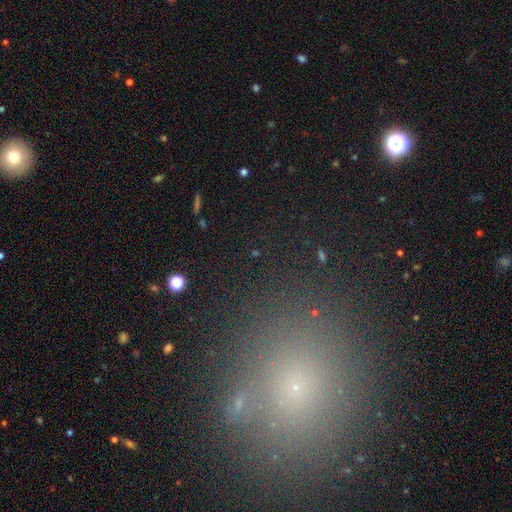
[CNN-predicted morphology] A star or artifact, not a galaxy (47%).

Vote fractions:
- Smooth or featured? star or artifact: 47% / smooth: 39% / featured or disk: 14%